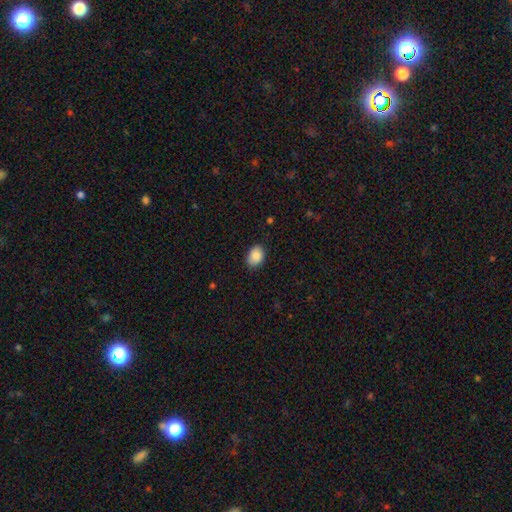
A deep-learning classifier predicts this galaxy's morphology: This appears to be a smooth galaxy with no disk features (88%) that is in between round and cigar-shaped (77%). Merging: none (83%).